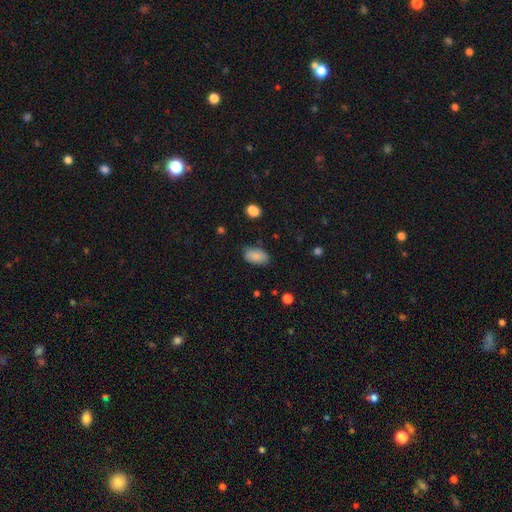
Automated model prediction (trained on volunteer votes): smooth-or-featured: smooth: 85% | star or artifact: 7% | featured or disk: 7%
  how-rounded: in between: 93% | round: 5% | cigar-shaped: 2%
  merging: none: 75% | minor disturbance: 20% | major disturbance: 4% | merger: 2%